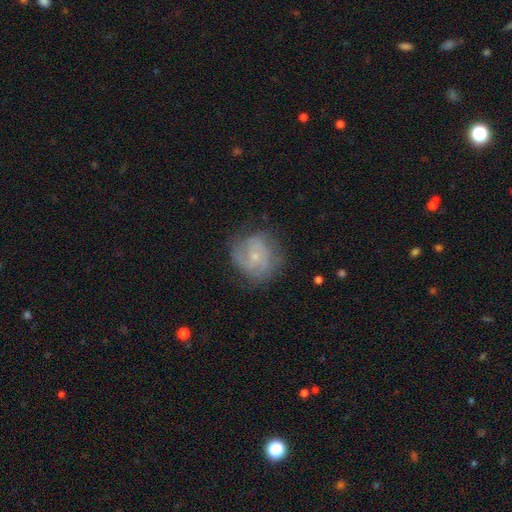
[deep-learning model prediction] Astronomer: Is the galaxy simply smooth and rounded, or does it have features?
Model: featured or disk — 66%.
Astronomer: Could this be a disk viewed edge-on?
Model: no — 98%.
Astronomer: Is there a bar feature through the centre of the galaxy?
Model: no — 72%.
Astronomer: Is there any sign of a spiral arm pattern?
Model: yes — 86%.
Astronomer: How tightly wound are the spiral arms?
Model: medium — 42% (runner-up: tight, 41%).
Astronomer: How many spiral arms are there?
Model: can't tell — 33%, tied with 2 at 33%.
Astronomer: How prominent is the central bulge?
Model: small — 77%.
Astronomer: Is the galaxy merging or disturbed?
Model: none — 66%.